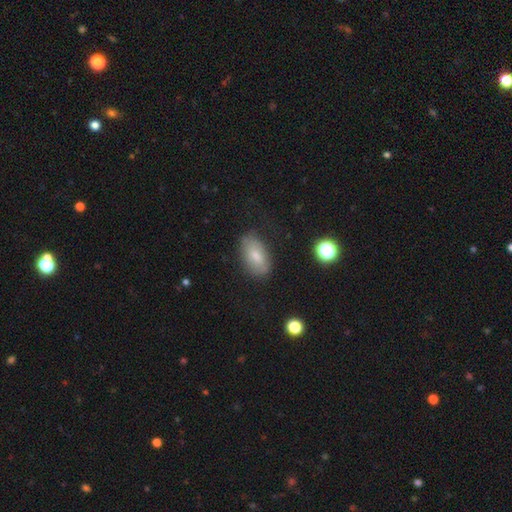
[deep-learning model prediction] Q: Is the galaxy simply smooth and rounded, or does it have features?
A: smooth — 75%.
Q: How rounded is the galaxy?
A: in between — 91%.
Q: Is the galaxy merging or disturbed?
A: none — 80%.